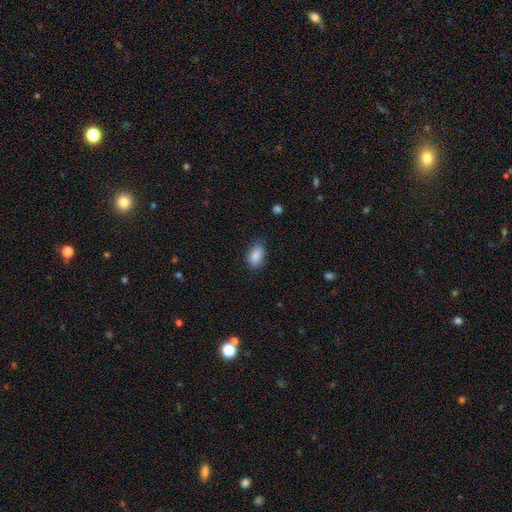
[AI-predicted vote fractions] Smooth or featured? smooth (87%)
How rounded? in between (88%)
Merging? none (75%)